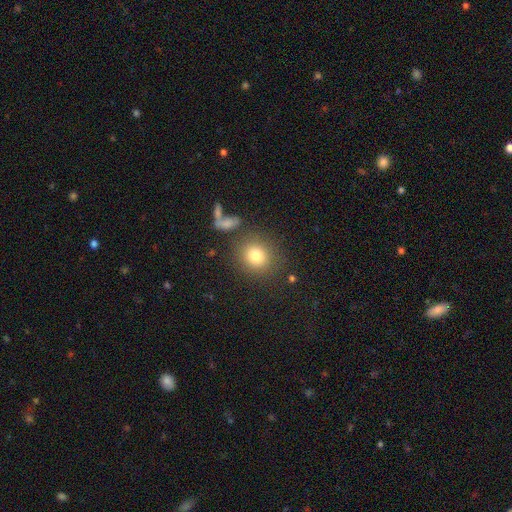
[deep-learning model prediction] The model was most divided on "smooth or featured": smooth: 79%, star or artifact: 12%, featured or disk: 9%. More confident: how rounded — round (84%); merging — none (81%).